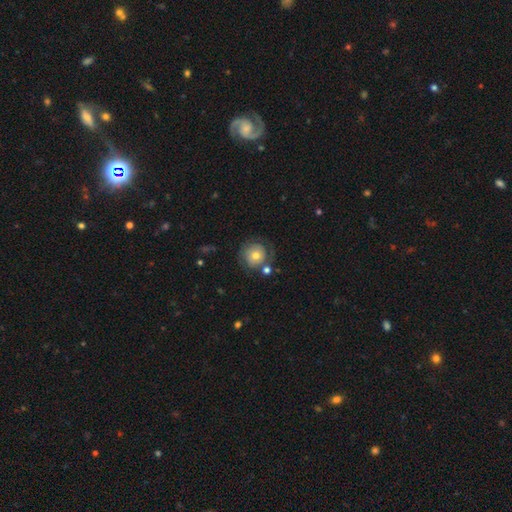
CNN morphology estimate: Smooth or featured? Predicted: smooth (p=0.52). How rounded? Predicted: round (p=0.92). Merging? Predicted: none (p=0.65).